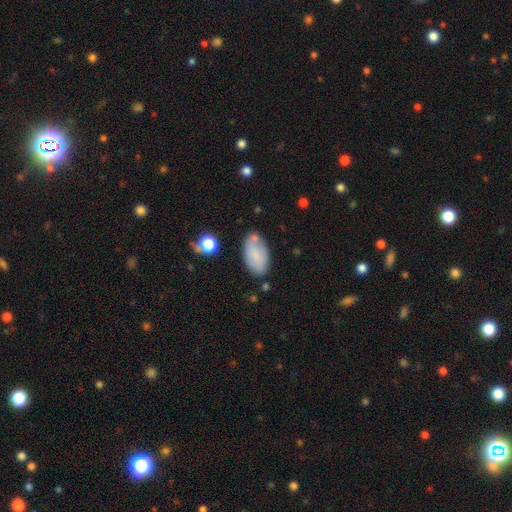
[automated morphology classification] A smooth galaxy with no disk features (78%) that is in between round and cigar-shaped (94%). Merging: none (69%).